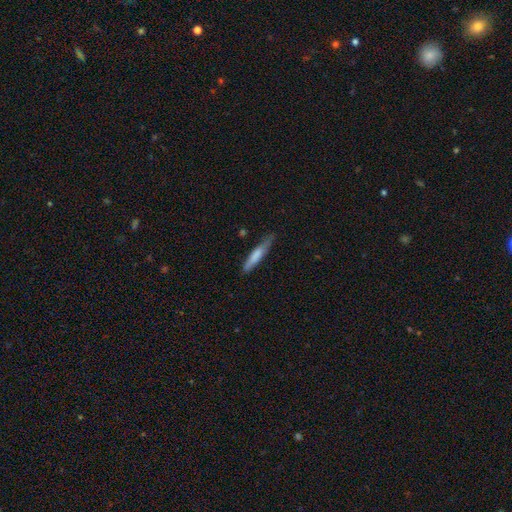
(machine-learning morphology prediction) Smooth or featured? Predicted: smooth (p=0.70). How rounded? Predicted: cigar-shaped (p=0.90). Merging? Predicted: none (p=0.74).